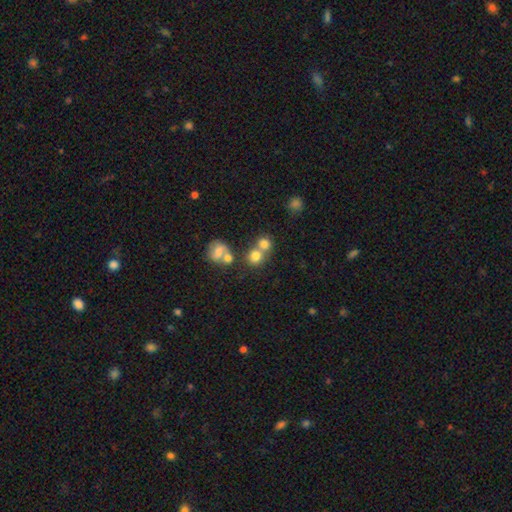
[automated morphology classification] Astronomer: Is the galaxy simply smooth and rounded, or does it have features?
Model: smooth — 75%.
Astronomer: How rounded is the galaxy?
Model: round — 84%.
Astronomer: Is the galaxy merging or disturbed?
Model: none — 47% (runner-up: merger, 43%).